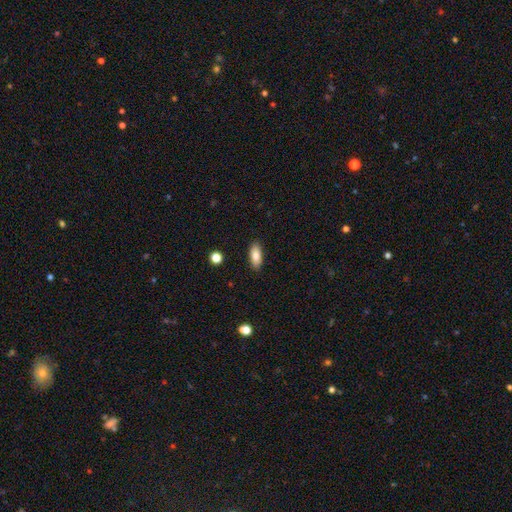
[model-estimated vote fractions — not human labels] smooth_or_featured: smooth (p=0.84) [alt: featured or disk p=0.09]
how_rounded: in between (p=0.83) [alt: cigar-shaped p=0.14]
merging: none (p=0.88) [alt: minor disturbance p=0.08]